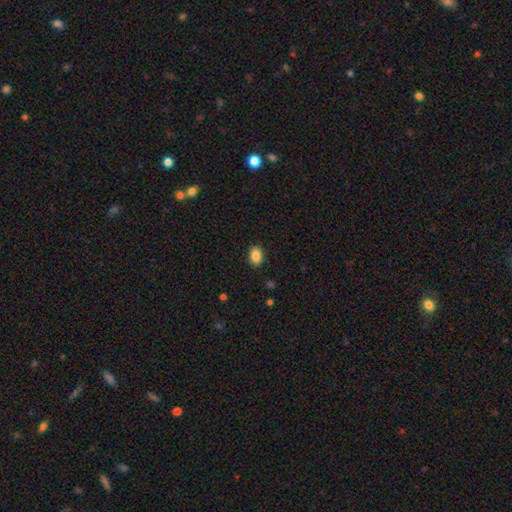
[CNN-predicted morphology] Q: Smooth or featured?
A: smooth (87%); runner-up: star or artifact (8%)
Q: How rounded?
A: in between (80%); runner-up: round (19%)
Q: Merging?
A: none (89%); runner-up: minor disturbance (8%)